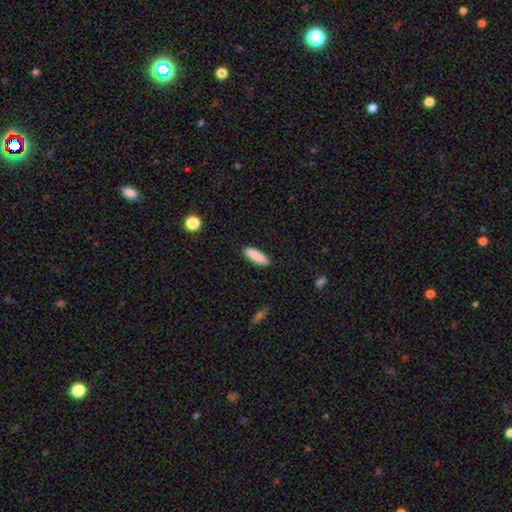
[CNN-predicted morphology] smooth 88%, star or artifact 6%, featured or disk 6%. Down the decision tree: how rounded — cigar-shaped (62%); merging — none (90%).